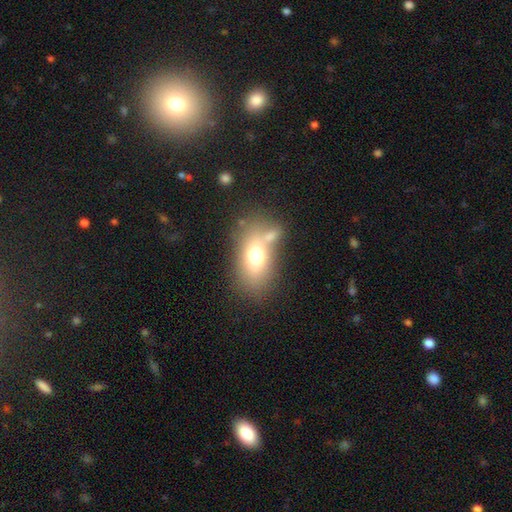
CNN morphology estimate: type=smooth (67%); roundness=in between (83%); merging=none (55%).